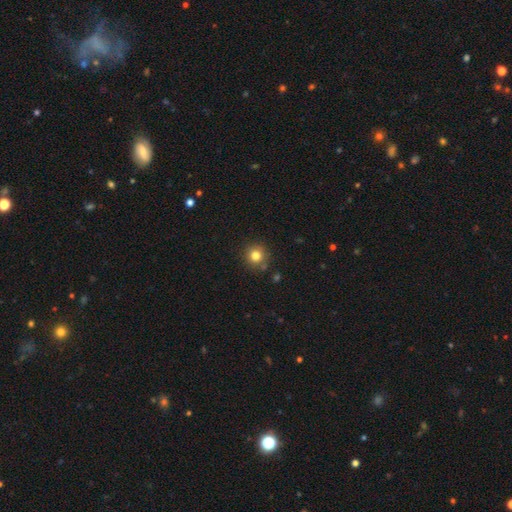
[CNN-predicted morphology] Smooth or featured? smooth (80%)
How rounded? round (92%)
Merging? none (84%)